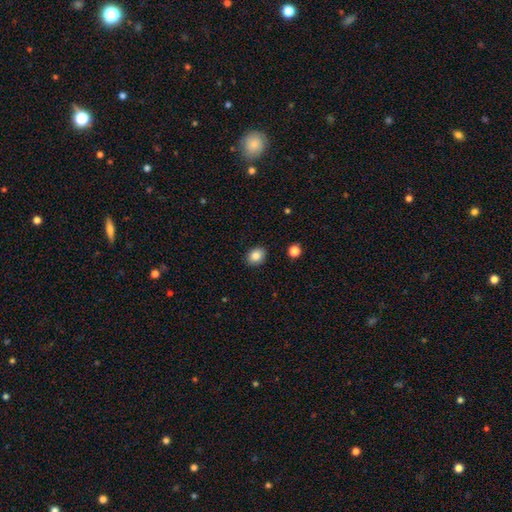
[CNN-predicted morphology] Smooth or featured?
  - smooth: 86% *
  - star or artifact: 9%
  - featured or disk: 5%
How rounded?
  - in between: 52% *
  - round: 47%
  - cigar-shaped: 1%
Merging?
  - none: 88% *
  - minor disturbance: 8%
  - major disturbance: 2%
  - merger: 1%